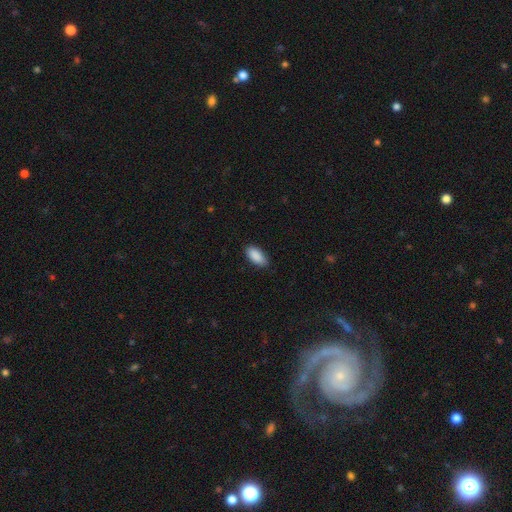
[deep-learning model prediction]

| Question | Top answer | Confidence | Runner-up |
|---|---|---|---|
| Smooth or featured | smooth | 91% | star or artifact (6%) |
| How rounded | in between | 92% | cigar-shaped (6%) |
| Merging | none | 86% | minor disturbance (11%) |